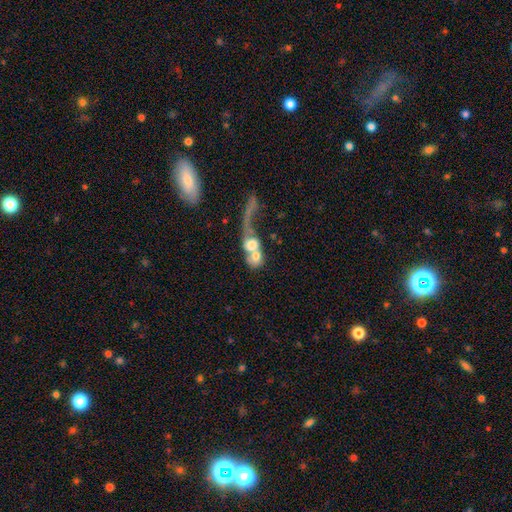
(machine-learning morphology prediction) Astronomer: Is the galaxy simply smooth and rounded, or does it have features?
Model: smooth — 54% (runner-up: featured or disk, 37%).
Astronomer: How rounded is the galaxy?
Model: round — 51% (runner-up: in between, 43%).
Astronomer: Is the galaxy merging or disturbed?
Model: merger — 72%.